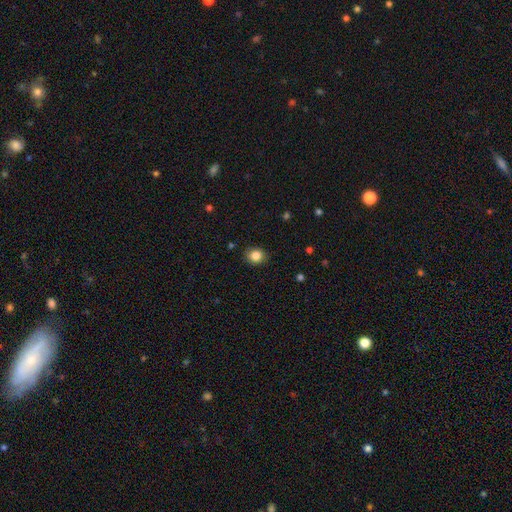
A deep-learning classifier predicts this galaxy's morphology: Smooth or featured: smooth — 84% (star or artifact — 10%)
How rounded: round — 71% (in between — 28%)
Merging: none — 88% (minor disturbance — 9%)